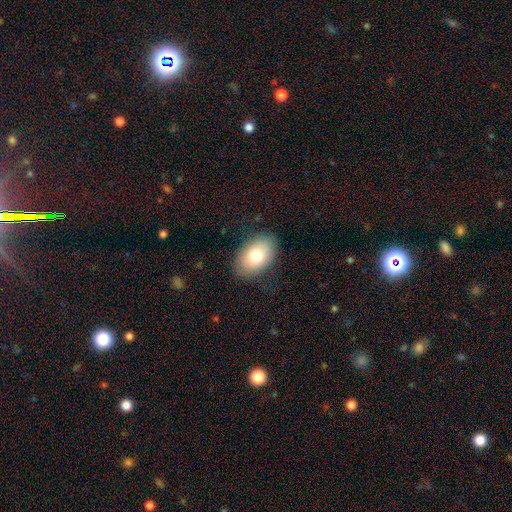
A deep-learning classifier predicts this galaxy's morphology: Smooth or featured: smooth — 77% (featured or disk — 16%)
How rounded: in between — 88% (round — 11%)
Merging: none — 84% (minor disturbance — 12%)